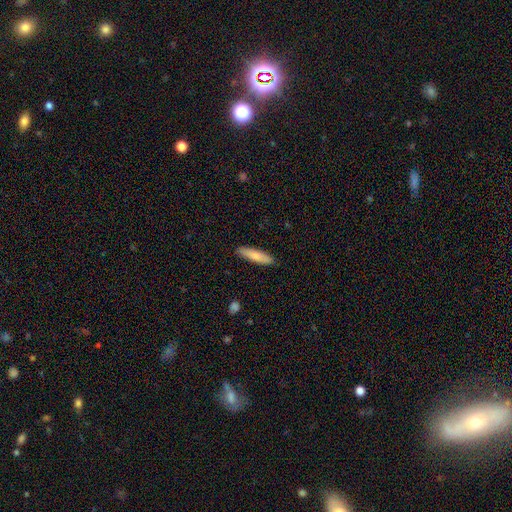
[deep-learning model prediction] Smooth or featured: smooth — 79% (featured or disk — 16%)
How rounded: cigar-shaped — 77% (in between — 21%)
Merging: none — 89% (minor disturbance — 8%)